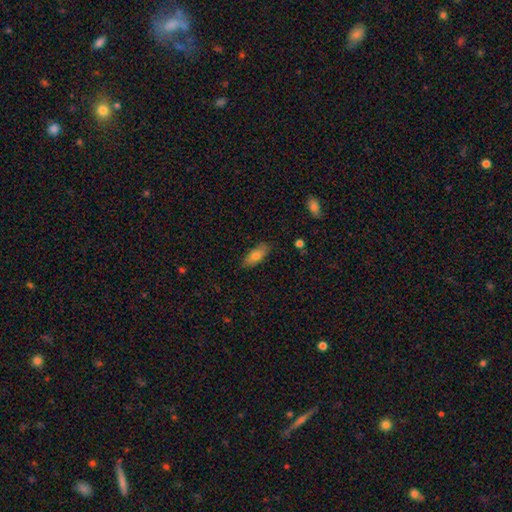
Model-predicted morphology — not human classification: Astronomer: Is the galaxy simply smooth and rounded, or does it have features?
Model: smooth — 76%.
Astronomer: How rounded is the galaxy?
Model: in between — 82%.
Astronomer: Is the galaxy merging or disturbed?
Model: none — 84%.